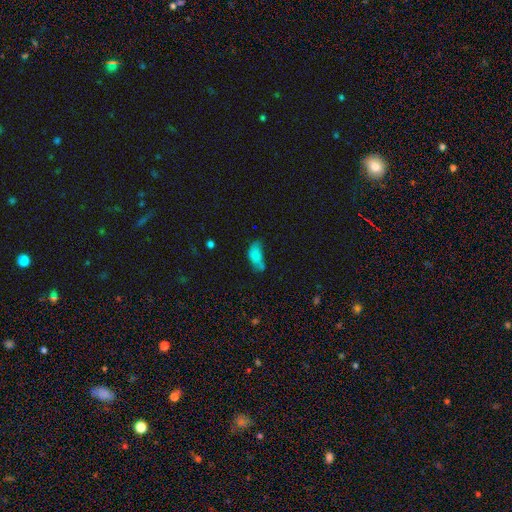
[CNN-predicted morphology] This appears to be a smooth galaxy with no disk features (74%) that is in between round and cigar-shaped (87%). Merging: none (32%).